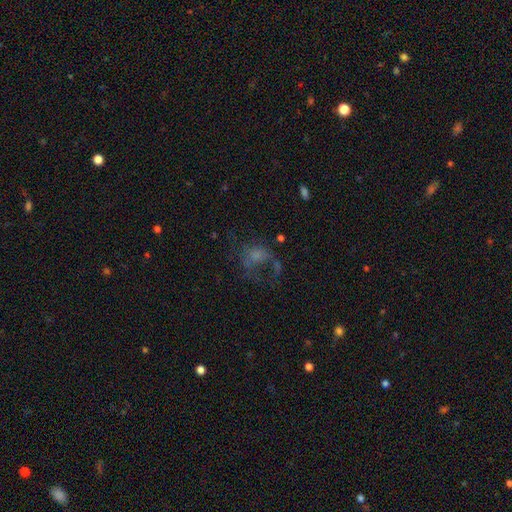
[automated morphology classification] Smooth or featured? Predicted: smooth (p=0.41). Merging? Predicted: major disturbance (p=0.49).